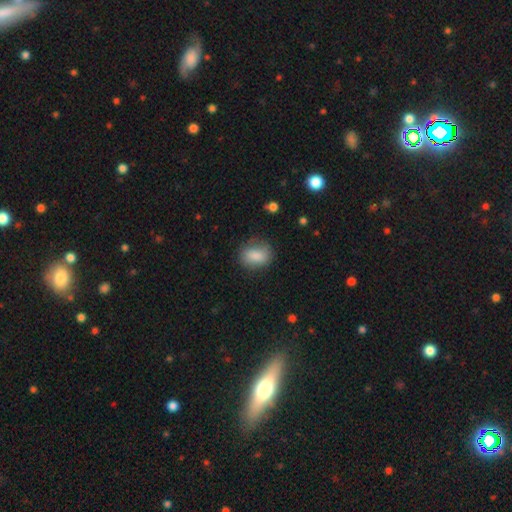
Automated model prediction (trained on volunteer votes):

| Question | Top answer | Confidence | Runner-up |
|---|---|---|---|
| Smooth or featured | smooth | 84% | featured or disk (8%) |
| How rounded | in between | 66% | round (32%) |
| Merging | none | 73% | minor disturbance (20%) |